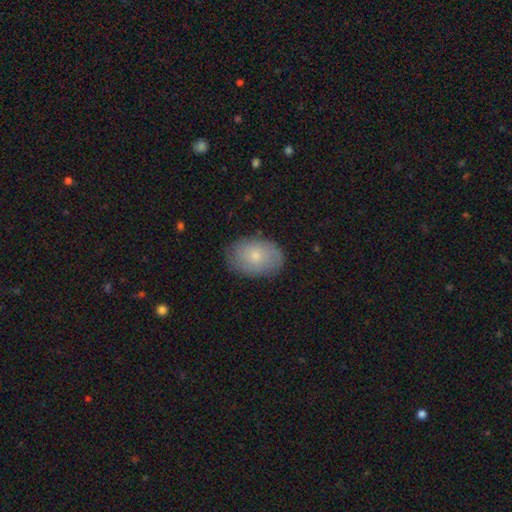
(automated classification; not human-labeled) A smooth galaxy with no disk features (71%) that is in between round and cigar-shaped (84%). Merging: none (81%).